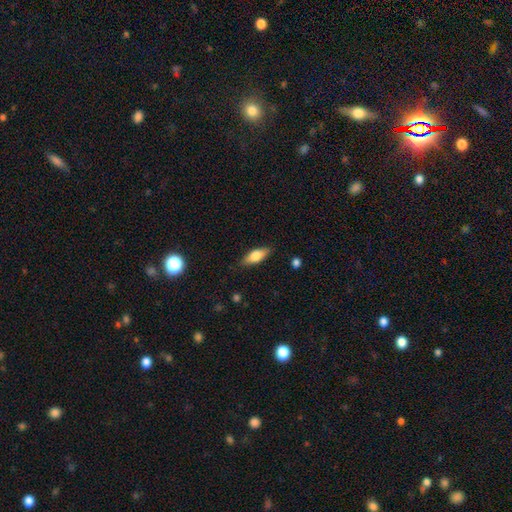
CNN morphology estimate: The model was most divided on "how rounded": in between: 73%, cigar-shaped: 24%, round: 3%. More confident: merging — none (85%); smooth or featured — smooth (71%).